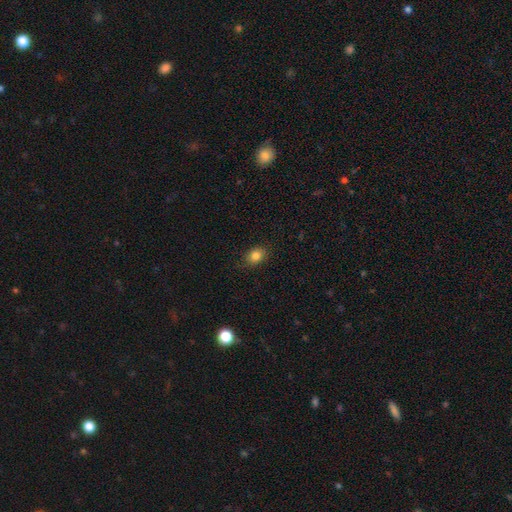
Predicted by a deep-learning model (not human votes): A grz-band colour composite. It shows a smooth galaxy with no disk features (84%) that is in between round and cigar-shaped (60%). Merging: none (84%).